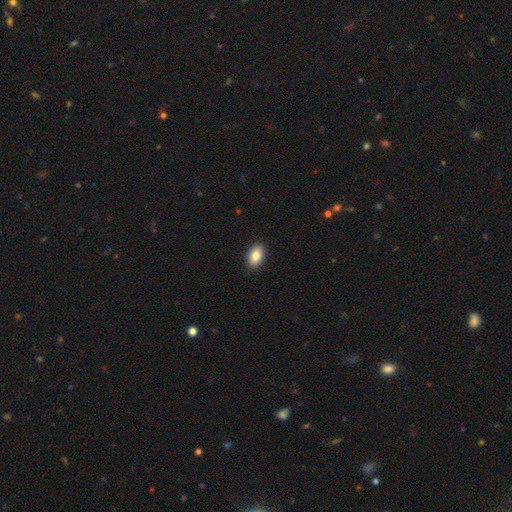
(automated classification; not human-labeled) Morphology: type=smooth (85%); roundness=in between (92%); merging=none (90%).